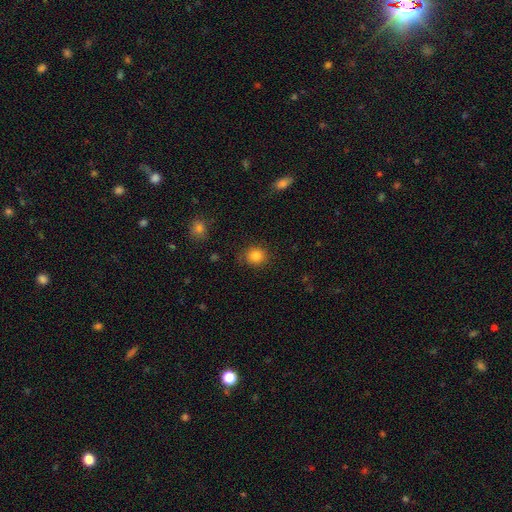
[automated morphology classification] smooth-or-featured: smooth: 84% | star or artifact: 11% | featured or disk: 5%
  how-rounded: round: 82% | in between: 17% | cigar-shaped: 1%
  merging: none: 82% | minor disturbance: 13% | major disturbance: 4% | merger: 2%